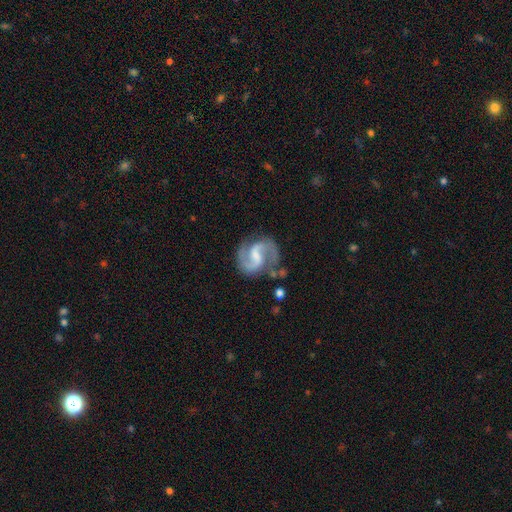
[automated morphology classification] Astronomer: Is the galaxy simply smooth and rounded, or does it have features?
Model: featured or disk — 90%.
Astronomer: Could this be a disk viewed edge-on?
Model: no — 98%.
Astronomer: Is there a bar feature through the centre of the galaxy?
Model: weak — 53%.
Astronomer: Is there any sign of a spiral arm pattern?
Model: yes — 97%.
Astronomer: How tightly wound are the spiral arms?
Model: medium — 59%.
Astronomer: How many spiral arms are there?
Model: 2 — 93%.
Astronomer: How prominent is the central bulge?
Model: small — 36% (runner-up: moderate, 29%).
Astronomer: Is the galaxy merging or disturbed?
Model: none — 74%.